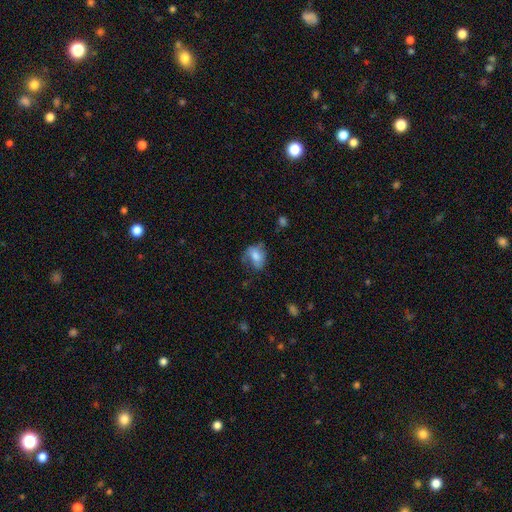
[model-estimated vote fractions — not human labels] Smooth or featured? smooth (66%)
How rounded? in between (71%)
Merging? none (48%)